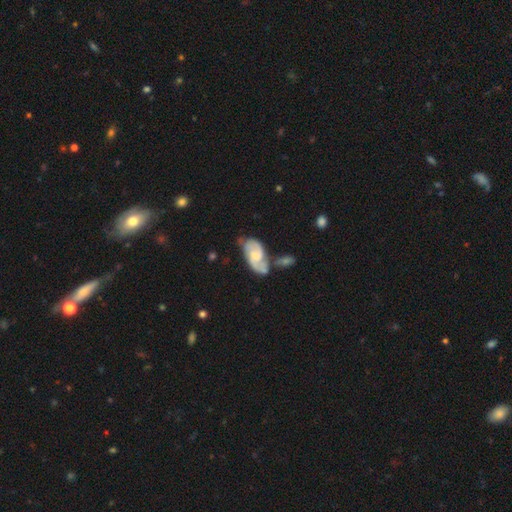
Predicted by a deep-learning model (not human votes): A featured or disk galaxy (74%) with no bar (54%), 2 (81%) medium (48%) spiral arms (93%) and a small central bulge (46%).

Vote fractions:
- Smooth or featured? featured or disk: 74% / smooth: 20% / star or artifact: 5%
- Edge-on disk? no: 96% / yes: 4%
- Bar? no: 54% / weak: 39% / strong: 7%
- Spiral arms? yes: 93% / no: 7%
- Spiral winding? medium: 48% / tight: 29% / loose: 24%
- Spiral arm count? 2: 81% / can't tell: 10% / 3: 4% / 1: 3% / 4: 1% / more than 4: 1%
- Bulge size? small: 46% / moderate: 33% / none: 15% / large: 5% / dominant: 1%
- Merging? none: 40% / merger: 25% / minor disturbance: 23% / major disturbance: 12%